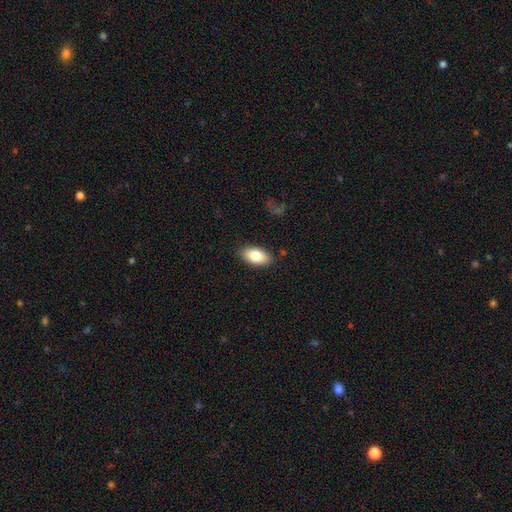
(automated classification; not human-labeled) Overall: smooth (80%). How rounded: in between (92%). Merging: none (86%).